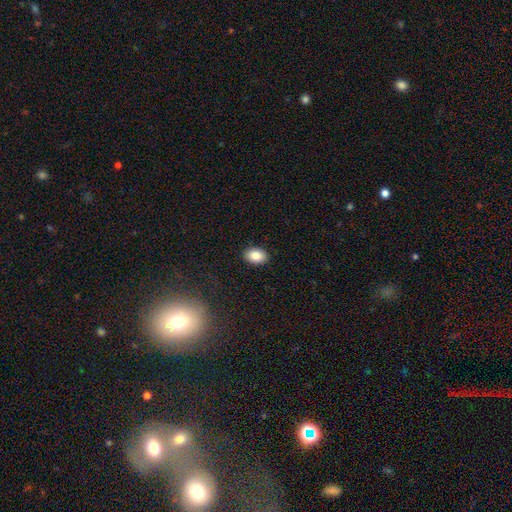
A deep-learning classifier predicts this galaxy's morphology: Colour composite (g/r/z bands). It shows a smooth galaxy with no disk features (86%) that is in between round and cigar-shaped (84%). Merging: none (90%).